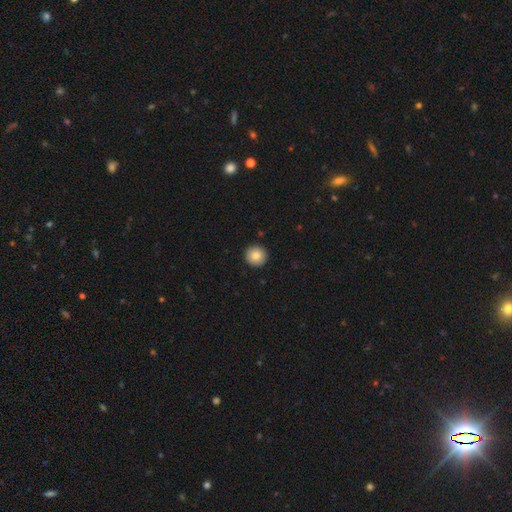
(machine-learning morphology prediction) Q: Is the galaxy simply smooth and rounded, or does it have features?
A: smooth — 84%.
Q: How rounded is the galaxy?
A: round — 96%.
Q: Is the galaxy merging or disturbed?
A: none — 93%.